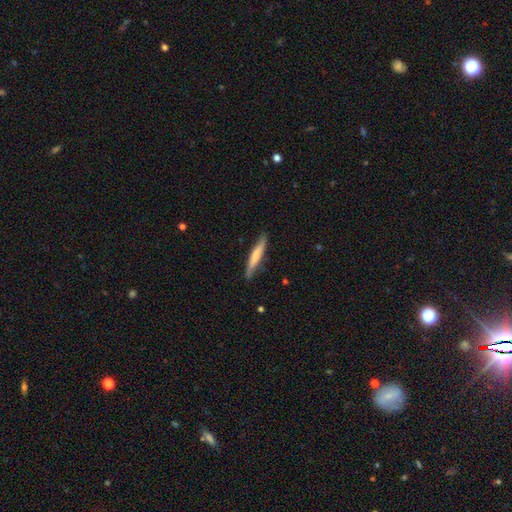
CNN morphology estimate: Smooth or featured?
  - smooth: 64% *
  - featured or disk: 31%
  - star or artifact: 5%
How rounded?
  - cigar-shaped: 93% *
  - in between: 6%
  - round: 1%
Merging?
  - none: 81% *
  - minor disturbance: 15%
  - major disturbance: 2%
  - merger: 2%